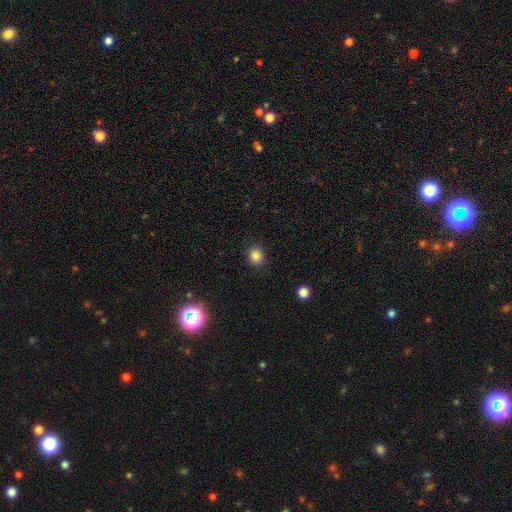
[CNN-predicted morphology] Smooth or featured: smooth — 85% (star or artifact — 11%)
How rounded: round — 75% (in between — 24%)
Merging: none — 89% (minor disturbance — 7%)